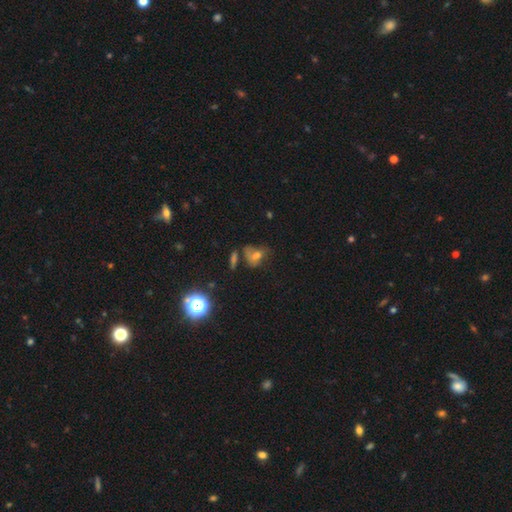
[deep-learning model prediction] This is possibly a smooth galaxy (51%). How rounded: possibly in between (59%). Merging: marginally none (43%).